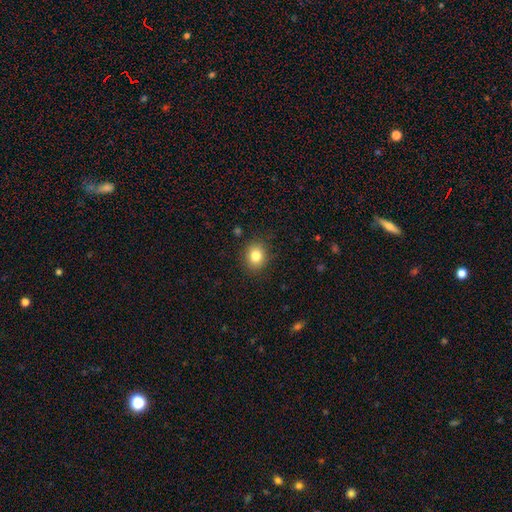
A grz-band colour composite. It shows a smooth galaxy with no disk features (74%) that is round (69%). Merging: none (92%).